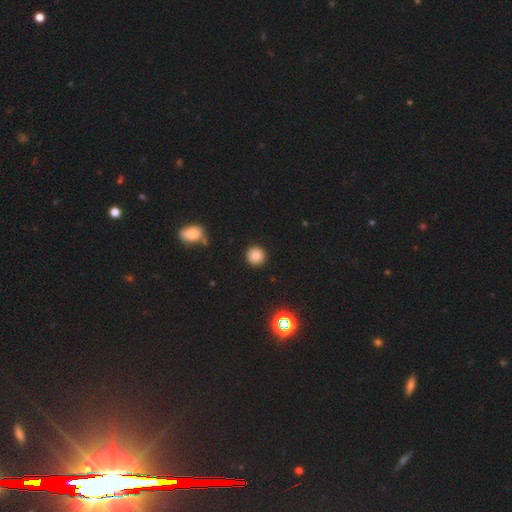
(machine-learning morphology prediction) Smooth or featured? Predicted: smooth (p=0.83). How rounded? Predicted: round (p=0.94). Merging? Predicted: none (p=0.91).